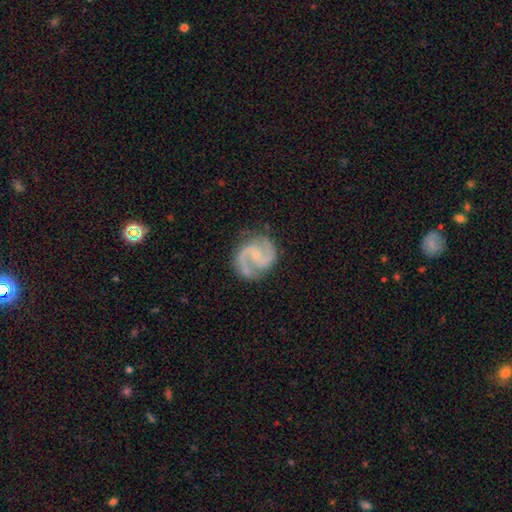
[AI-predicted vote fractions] Smooth or featured?
  - featured or disk: 91% *
  - smooth: 5%
  - star or artifact: 4%
Edge-on disk?
  - no: 98% *
  - yes: 2%
Bar?
  - no: 52% *
  - weak: 40%
  - strong: 8%
Spiral arms?
  - yes: 98% *
  - no: 2%
Spiral winding?
  - medium: 60% *
  - tight: 27%
  - loose: 13%
Spiral arm count?
  - 2: 93% *
  - 3: 2%
  - can't tell: 2%
  - 1: 1%
  - 4: 1%
  - more than 4: 1%
Bulge size?
  - small: 66% *
  - moderate: 19%
  - none: 13%
  - large: 1%
  - dominant: 1%
Merging?
  - none: 80% *
  - minor disturbance: 14%
  - major disturbance: 4%
  - merger: 1%